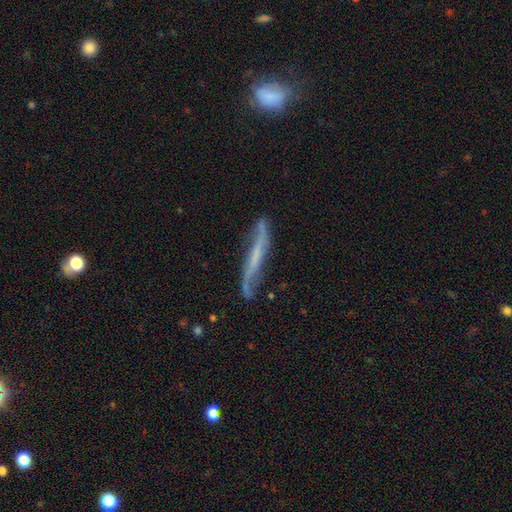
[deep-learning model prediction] The model was most divided on "edge-on disk": yes: 57%, no: 43%. More confident: smooth or featured — featured or disk (69%); merging — none (64%).